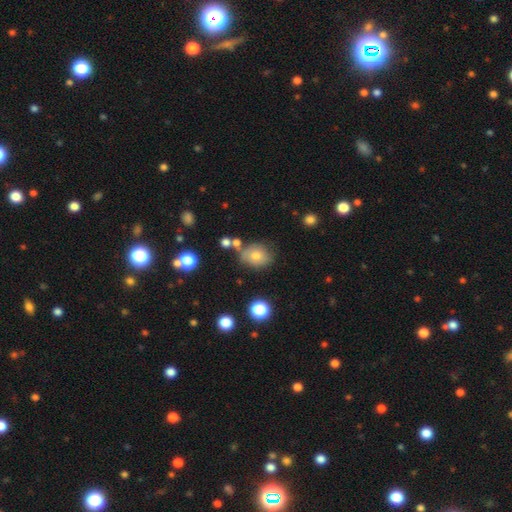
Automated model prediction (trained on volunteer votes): smooth-or-featured: smooth: 70% | featured or disk: 17% | star or artifact: 14%
  how-rounded: round: 54% | in between: 45% | cigar-shaped: 1%
  merging: none: 66% | minor disturbance: 19% | merger: 10% | major disturbance: 5%